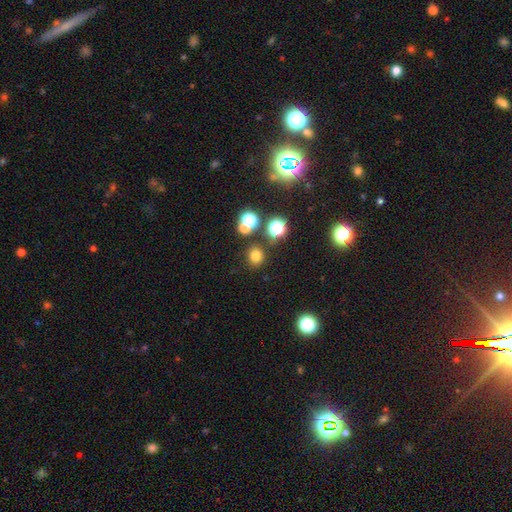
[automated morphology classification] type=smooth (73%); roundness=round (86%); merging=none (81%).